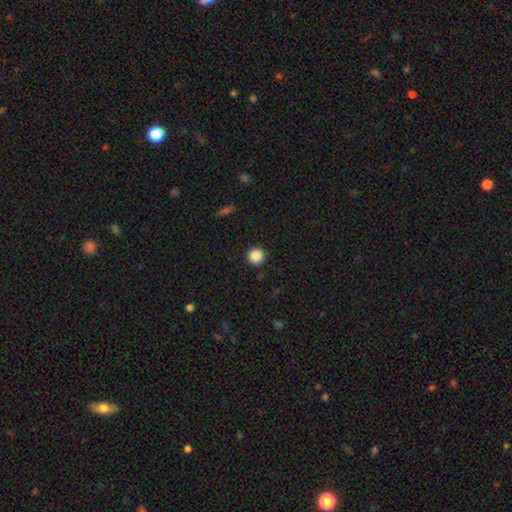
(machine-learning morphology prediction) Smooth or featured? smooth (87%)
How rounded? round (96%)
Merging? none (93%)